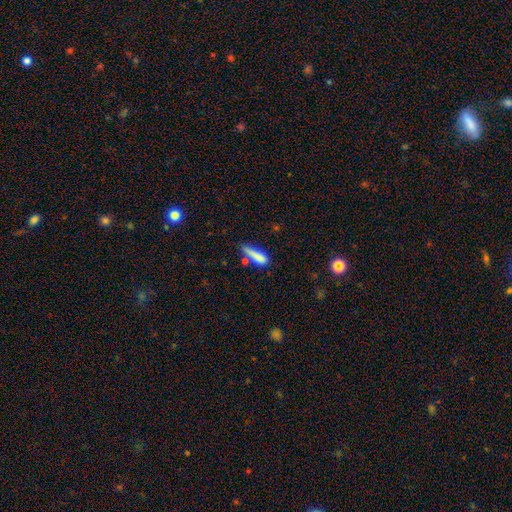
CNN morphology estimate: smooth_or_featured: smooth (p=0.79) [alt: featured or disk p=0.13]
how_rounded: cigar-shaped (p=0.72) [alt: in between p=0.25]
merging: none (p=0.48) [alt: minor disturbance p=0.27]